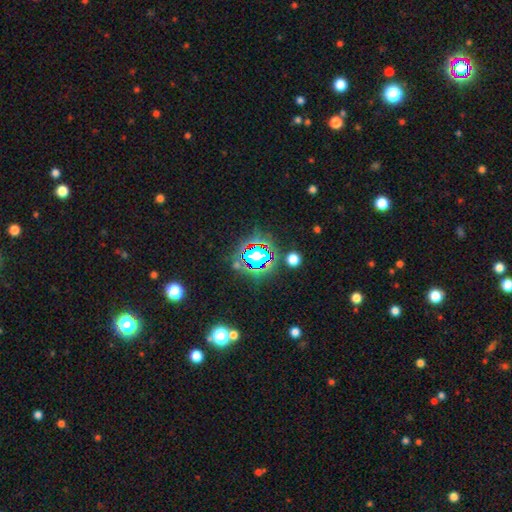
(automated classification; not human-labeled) Smooth or featured: star or artifact — 65% (smooth — 22%)